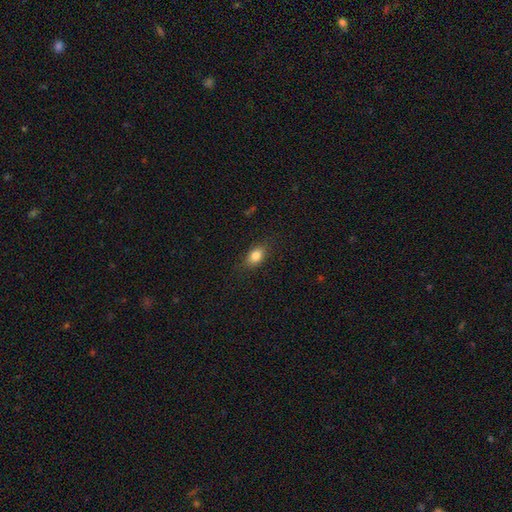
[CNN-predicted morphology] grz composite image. It shows a smooth galaxy with no disk features (83%) that is in between round and cigar-shaped (81%). Merging: none (82%).